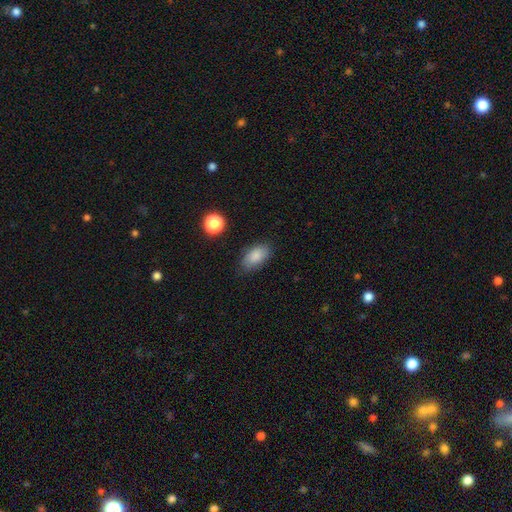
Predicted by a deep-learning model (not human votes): A smooth galaxy with no disk features (84%) that is in between round and cigar-shaped (92%).

Vote fractions:
- Smooth or featured? smooth: 84% / star or artifact: 8% / featured or disk: 8%
- How rounded? in between: 92% / round: 6% / cigar-shaped: 2%
- Merging? none: 79% / minor disturbance: 15% / major disturbance: 4% / merger: 2%